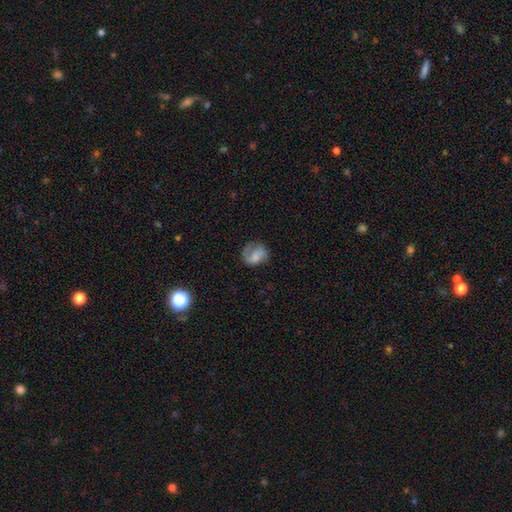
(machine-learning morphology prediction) Smooth or featured: smooth — 54% (featured or disk — 37%)
How rounded: round — 59% (in between — 40%)
Merging: none — 52% (minor disturbance — 26%)